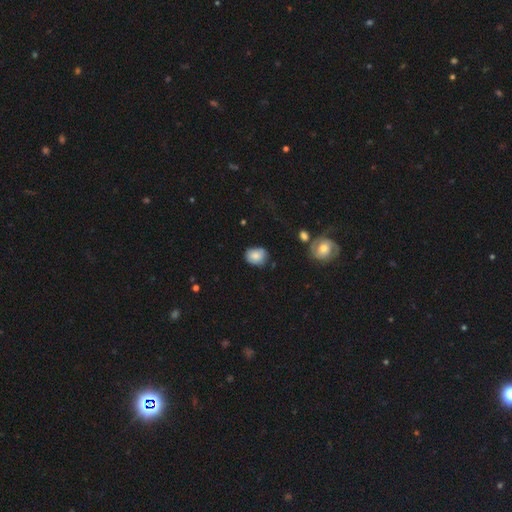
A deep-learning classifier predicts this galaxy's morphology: Smooth or featured: smooth — 82% (featured or disk — 10%)
How rounded: round — 50% (in between — 49%)
Merging: none — 68% (minor disturbance — 24%)